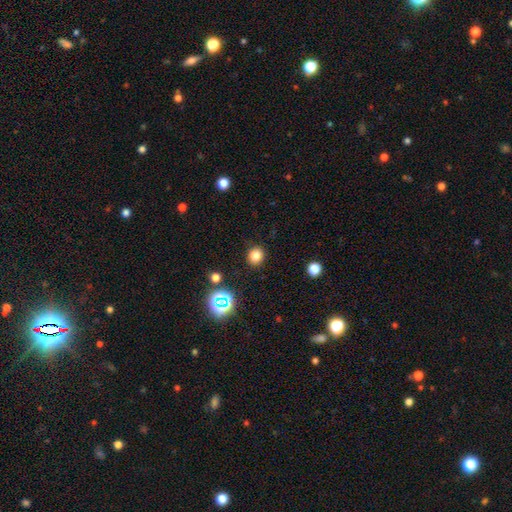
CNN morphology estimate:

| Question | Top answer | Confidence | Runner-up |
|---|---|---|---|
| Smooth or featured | smooth | 79% | star or artifact (16%) |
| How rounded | round | 82% | in between (17%) |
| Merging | none | 89% | minor disturbance (7%) |